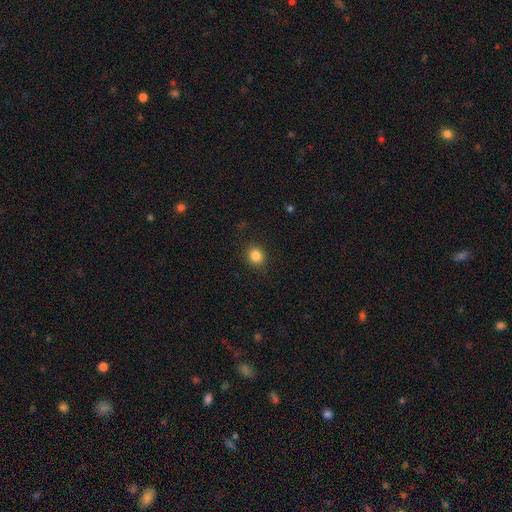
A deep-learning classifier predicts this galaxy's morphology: The model was most divided on "how rounded": round: 74%, in between: 26%, cigar-shaped: 1%. More confident: merging — none (90%); smooth or featured — smooth (85%).